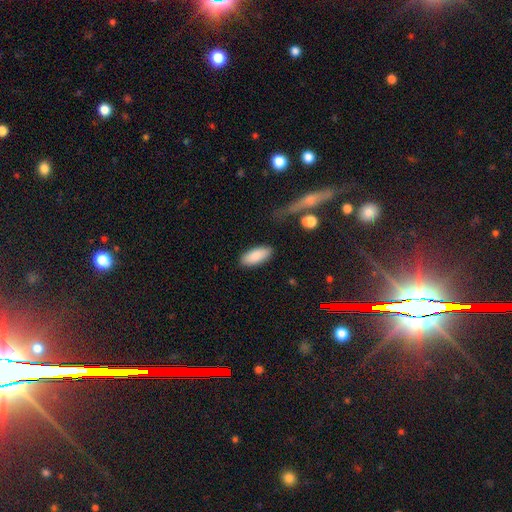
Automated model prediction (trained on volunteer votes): smooth 88%, featured or disk 6%, star or artifact 6%. Down the decision tree: how rounded — in between (83%); merging — none (85%).